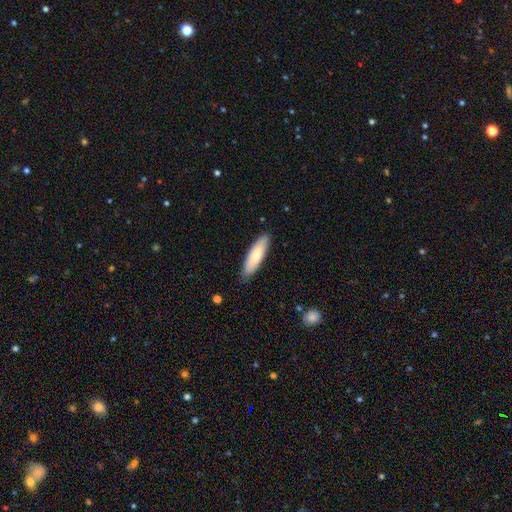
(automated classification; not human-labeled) This is likely a smooth galaxy (78%). How rounded: possibly cigar-shaped (57%). Merging: clearly none (86%).